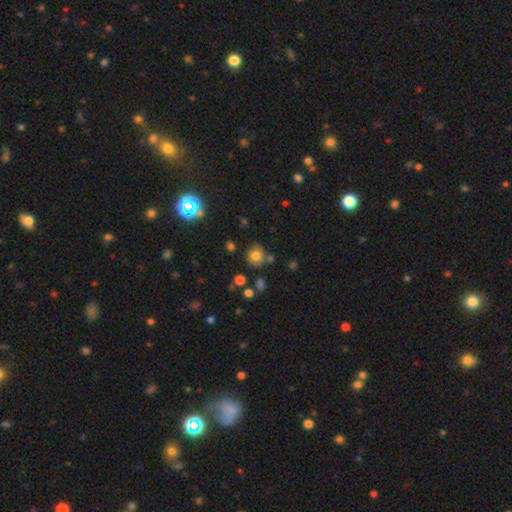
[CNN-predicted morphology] The model was most divided on "smooth or featured": smooth: 76%, star or artifact: 15%, featured or disk: 9%. More confident: how rounded — round (83%); merging — none (76%).